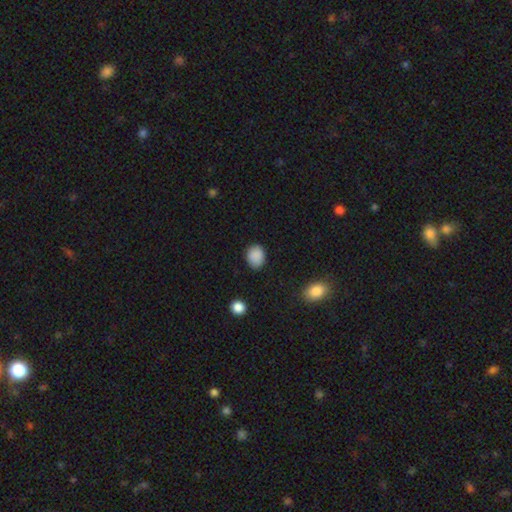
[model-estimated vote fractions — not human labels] This is clearly a smooth galaxy (89%). How rounded: possibly in between (50%). Merging: clearly none (83%).